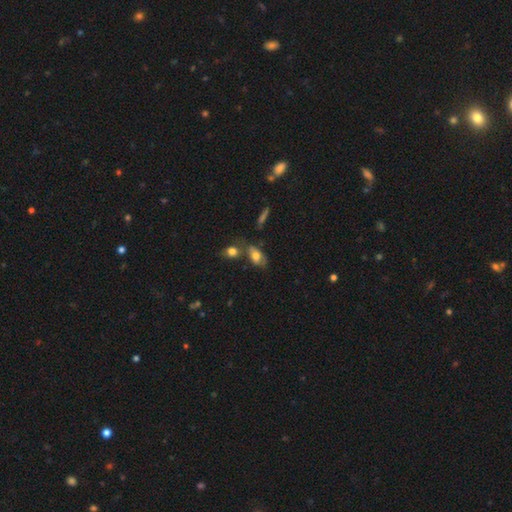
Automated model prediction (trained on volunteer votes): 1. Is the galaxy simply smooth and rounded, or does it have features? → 67% smooth, 24% featured or disk, 9% star or artifact.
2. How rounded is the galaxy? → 86% in between, 8% round, 6% cigar-shaped.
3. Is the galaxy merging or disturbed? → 50% none, 23% merger, 19% minor disturbance, 8% major disturbance.